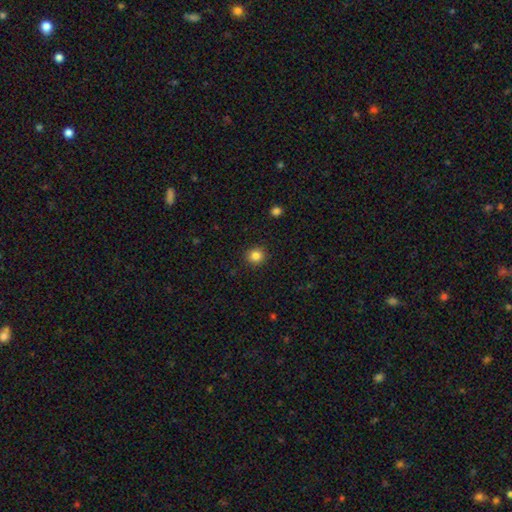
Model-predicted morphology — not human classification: Smooth or featured?
  - smooth: 84% *
  - star or artifact: 11%
  - featured or disk: 4%
How rounded?
  - round: 90% *
  - in between: 9%
  - cigar-shaped: 1%
Merging?
  - none: 91% *
  - minor disturbance: 6%
  - major disturbance: 2%
  - merger: 1%